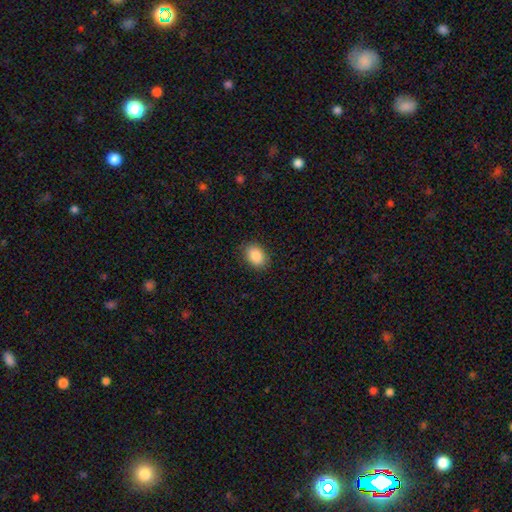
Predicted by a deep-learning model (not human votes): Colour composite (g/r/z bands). It shows a smooth galaxy with no disk features (88%) that is in between round and cigar-shaped (80%). Merging: none (88%).